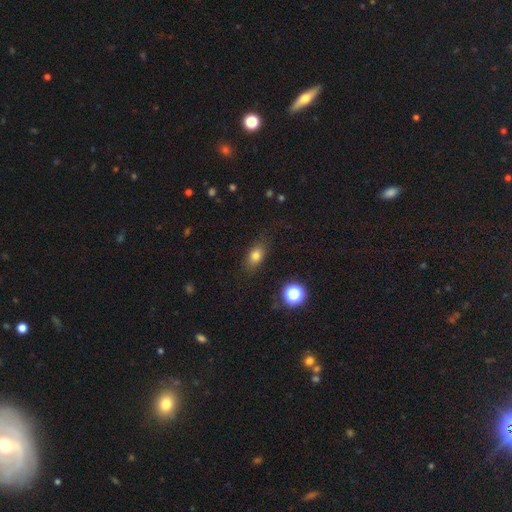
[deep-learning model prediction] A smooth galaxy with no disk features (76%) that is in between round and cigar-shaped (75%). Merging: none (82%).